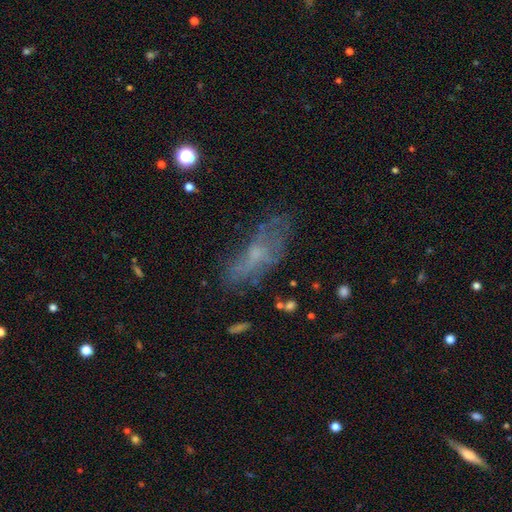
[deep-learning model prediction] Smooth or featured: featured or disk — 45% (smooth — 41%)
Merging: none — 53% (minor disturbance — 24%)